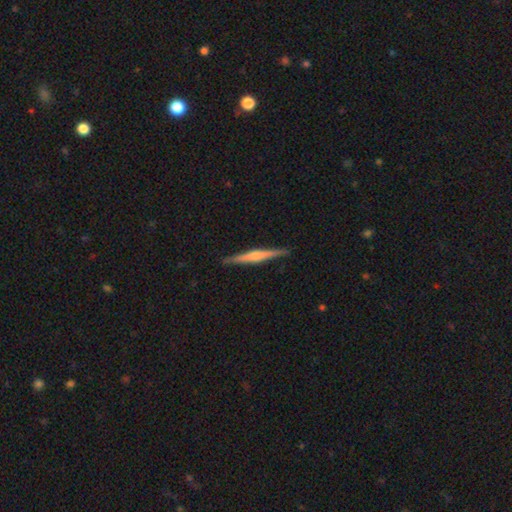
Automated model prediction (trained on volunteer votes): Smooth or featured? featured or disk (63%)
Edge-on disk? yes (98%)
Edge-on bulge? rounded (64%)
Merging? none (90%)